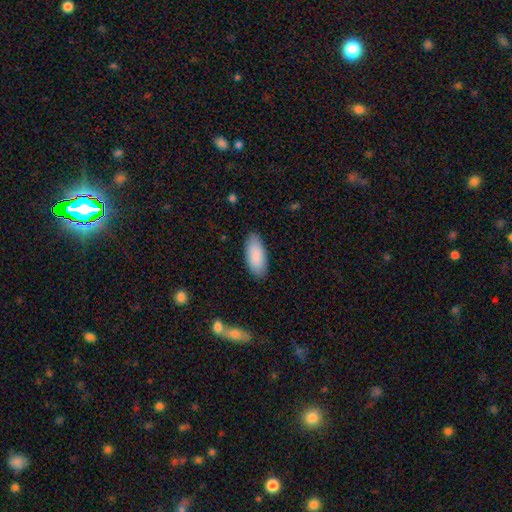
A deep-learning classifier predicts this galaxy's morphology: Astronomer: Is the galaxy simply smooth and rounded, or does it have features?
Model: smooth — 89%.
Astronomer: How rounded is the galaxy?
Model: in between — 88%.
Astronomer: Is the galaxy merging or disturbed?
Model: none — 86%.